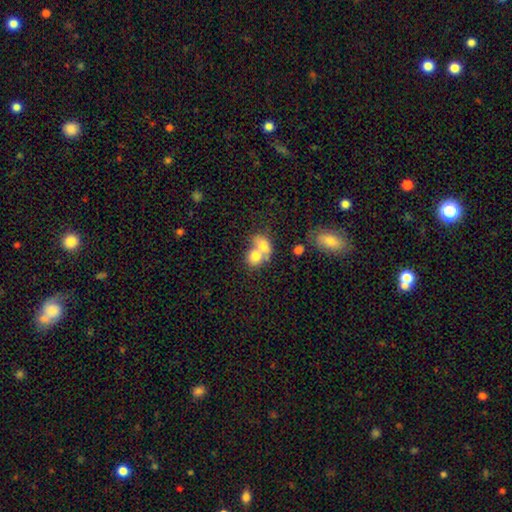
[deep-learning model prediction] Smooth or featured: smooth — 74% (featured or disk — 17%)
How rounded: round — 54% (in between — 45%)
Merging: merger — 69% (none — 20%)